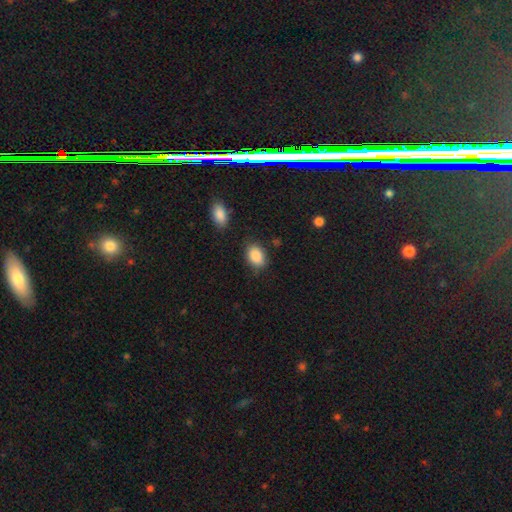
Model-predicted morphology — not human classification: Smooth or featured?
  - smooth: 88% *
  - star or artifact: 7%
  - featured or disk: 5%
How rounded?
  - in between: 82% *
  - round: 16%
  - cigar-shaped: 1%
Merging?
  - none: 79% *
  - minor disturbance: 14%
  - major disturbance: 3%
  - merger: 3%